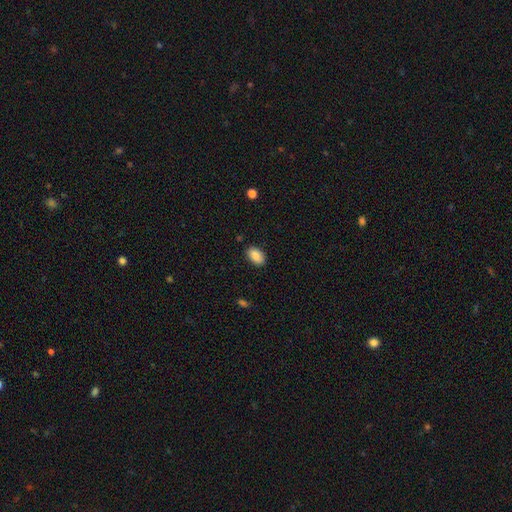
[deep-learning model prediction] Smooth or featured: smooth — 87% (star or artifact — 7%)
How rounded: in between — 91% (round — 7%)
Merging: none — 87% (minor disturbance — 10%)